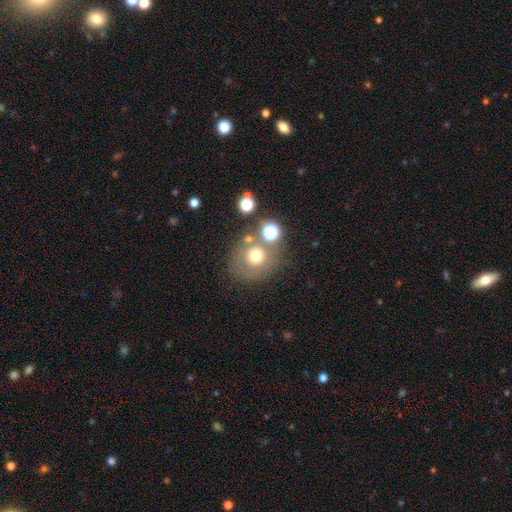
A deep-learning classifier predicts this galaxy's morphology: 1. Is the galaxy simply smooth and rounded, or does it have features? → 63% smooth, 21% featured or disk, 16% star or artifact.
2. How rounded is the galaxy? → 86% round, 13% in between, 1% cigar-shaped.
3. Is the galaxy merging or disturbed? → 64% none, 16% merger, 12% minor disturbance, 7% major disturbance.